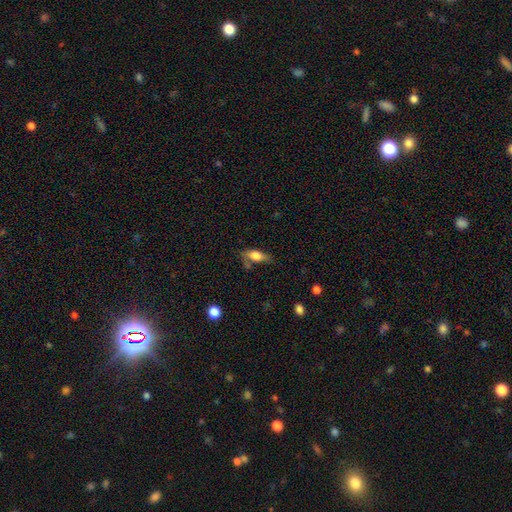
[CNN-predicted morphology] Smooth or featured: smooth — 71% (featured or disk — 21%)
How rounded: in between — 77% (cigar-shaped — 18%)
Merging: none — 50% (minor disturbance — 27%)